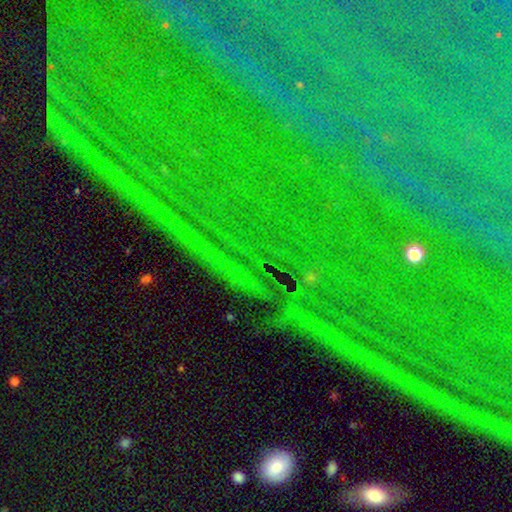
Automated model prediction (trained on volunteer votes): Smooth or featured?
  - star or artifact: 85% *
  - featured or disk: 9%
  - smooth: 6%